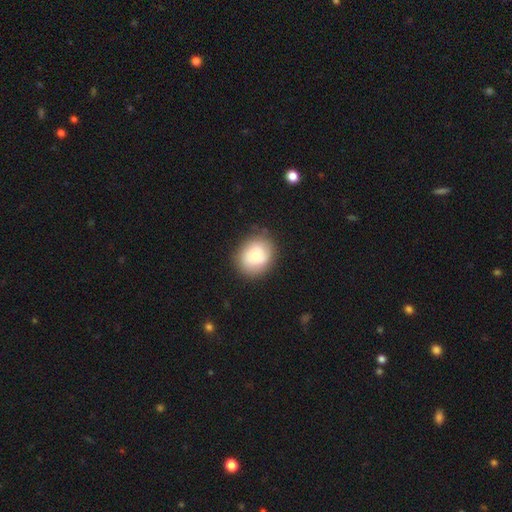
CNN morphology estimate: This appears to be a smooth galaxy with no disk features (73%) that is round (64%). Merging: none (81%).